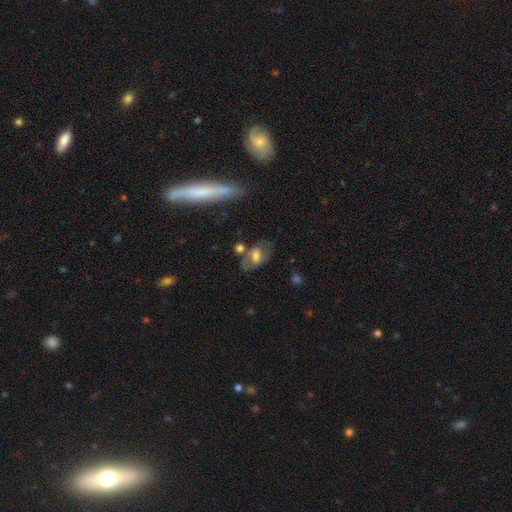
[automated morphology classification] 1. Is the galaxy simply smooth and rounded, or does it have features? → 48% smooth, 44% featured or disk, 9% star or artifact.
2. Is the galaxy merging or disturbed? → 55% none, 19% minor disturbance, 14% merger, 11% major disturbance.